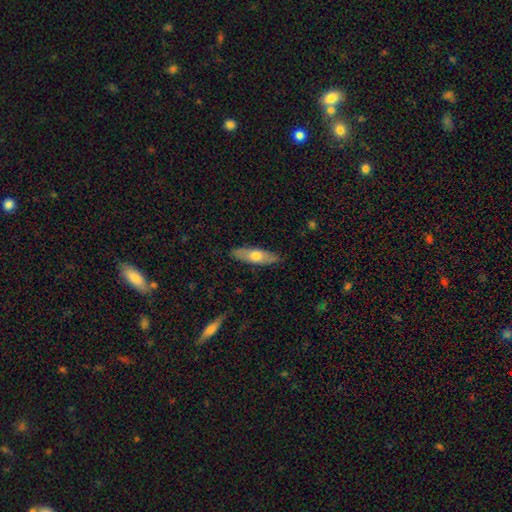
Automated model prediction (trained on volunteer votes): A smooth galaxy with no disk features (56%) that is cigar-shaped (58%). Merging: none (88%).